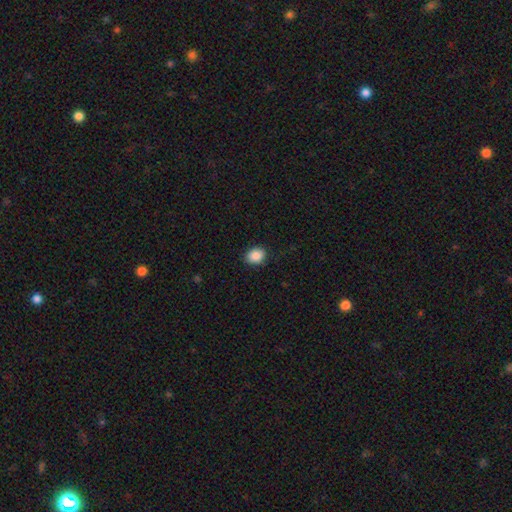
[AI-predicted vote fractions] This is clearly a smooth galaxy (88%). How rounded: possibly in between (50%). Merging: clearly none (87%).